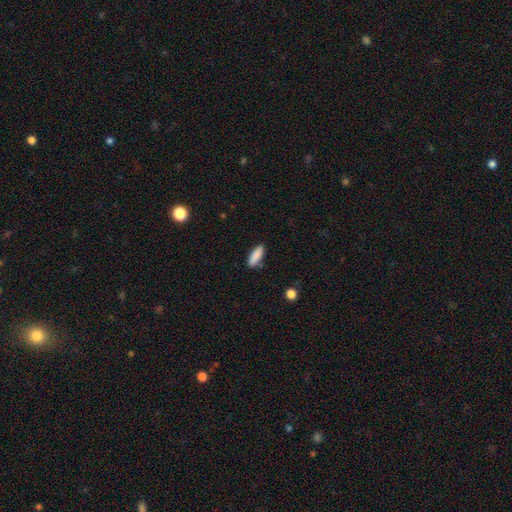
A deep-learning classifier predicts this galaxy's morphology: type=smooth (88%); roundness=in between (58%); merging=none (84%).